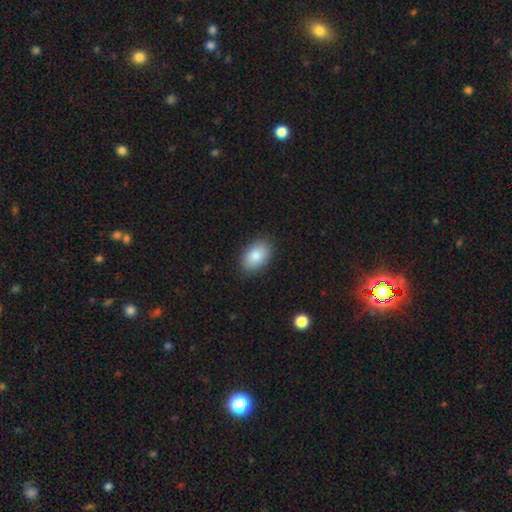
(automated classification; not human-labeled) A smooth galaxy with no disk features (86%) that is in between round and cigar-shaped (89%).

Vote fractions:
- Smooth or featured? smooth: 86% / star or artifact: 7% / featured or disk: 7%
- How rounded? in between: 89% / round: 10% / cigar-shaped: 1%
- Merging? none: 87% / minor disturbance: 10% / major disturbance: 2% / merger: 1%